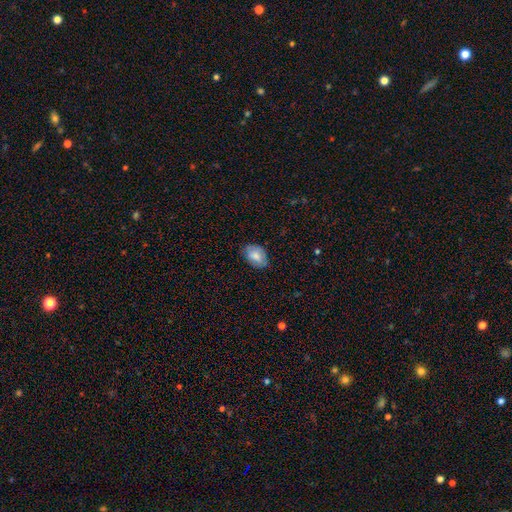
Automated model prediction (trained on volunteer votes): smooth 77%, featured or disk 16%, star or artifact 7%. Down the decision tree: how rounded — in between (79%); merging — none (75%).